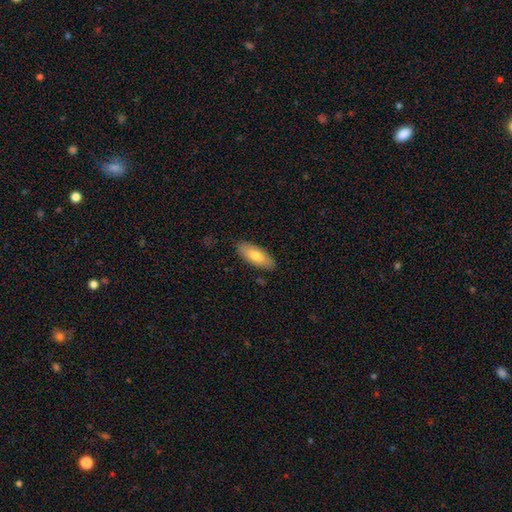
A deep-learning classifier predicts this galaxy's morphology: Smooth or featured? Predicted: smooth (p=0.76). How rounded? Predicted: in between (p=0.79). Merging? Predicted: none (p=0.87).